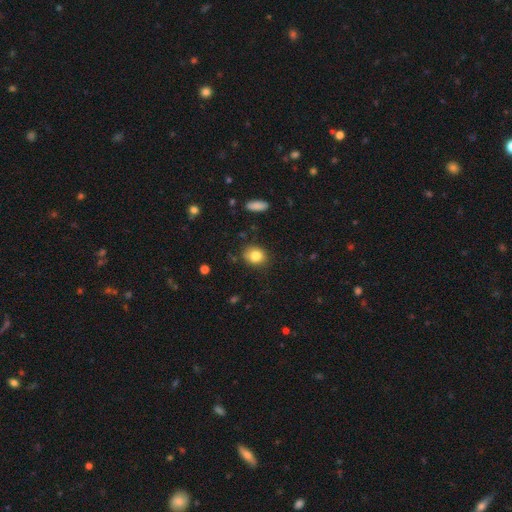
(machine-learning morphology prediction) type=smooth (82%); roundness=round (58%); merging=none (81%).